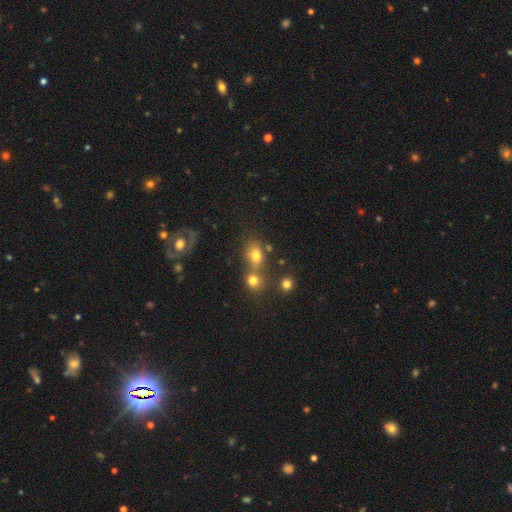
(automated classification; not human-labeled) A smooth galaxy with no disk features (69%) that is round (52%).

Vote fractions:
- Smooth or featured? smooth: 69% / star or artifact: 18% / featured or disk: 14%
- How rounded? round: 52% / in between: 46% / cigar-shaped: 2%
- Merging? none: 45% / merger: 38% / minor disturbance: 11% / major disturbance: 6%